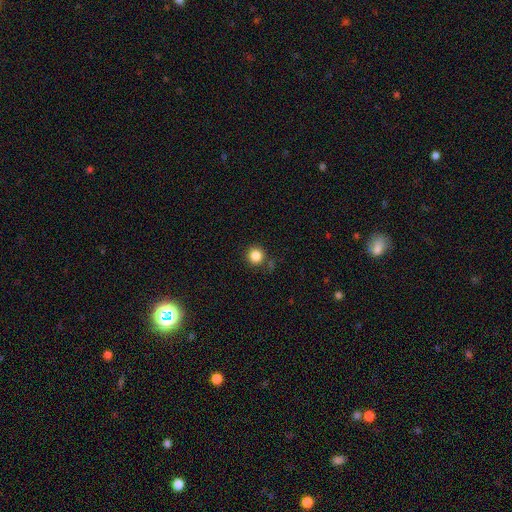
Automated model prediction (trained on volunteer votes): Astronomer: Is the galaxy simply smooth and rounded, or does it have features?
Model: smooth — 85%.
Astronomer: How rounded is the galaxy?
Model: round — 94%.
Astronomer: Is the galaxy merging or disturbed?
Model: none — 83%.